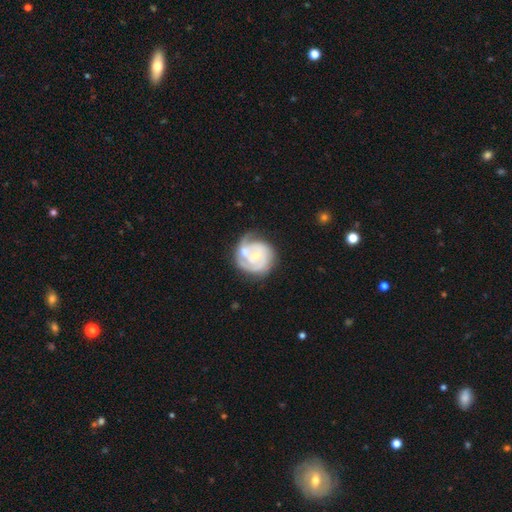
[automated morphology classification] This appears to be a featured or disk galaxy (79%) with no bar (66%), 2 (36%) tight (64%) spiral arms (89%) and a small central bulge (54%). Merging: none (45%).